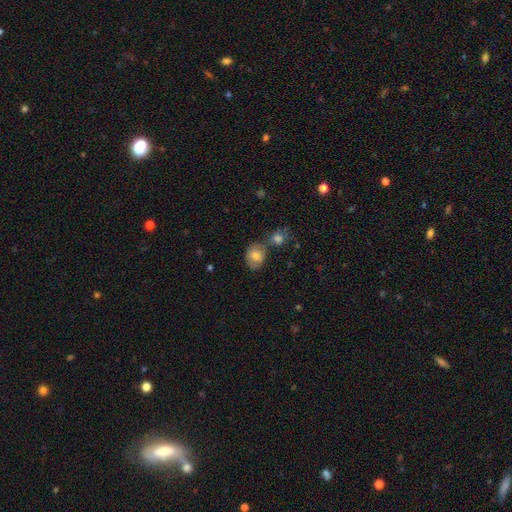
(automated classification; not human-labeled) Smooth or featured? smooth (69%)
How rounded? round (58%)
Merging? none (48%)